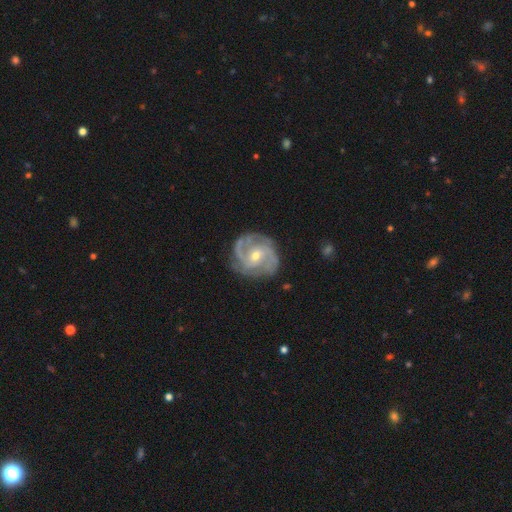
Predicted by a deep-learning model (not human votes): Smooth or featured? Predicted: featured or disk (p=0.89). Edge-on disk? Predicted: no (p=0.98). Bar? Predicted: no (p=0.45). Spiral arms? Predicted: yes (p=0.97). Spiral winding? Predicted: tight (p=0.46). Spiral arm count? Predicted: 3 (p=0.37). Bulge size? Predicted: small (p=0.52). Merging? Predicted: none (p=0.78).